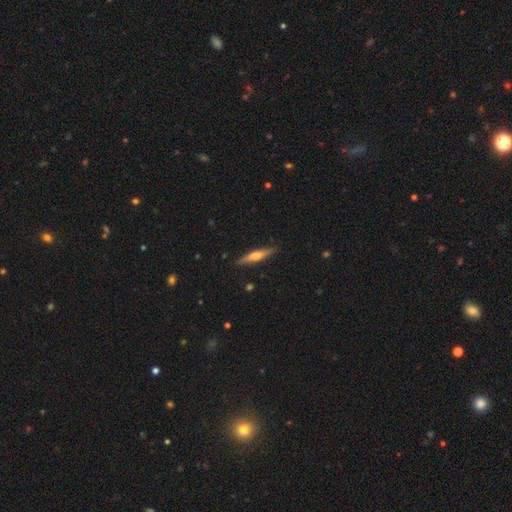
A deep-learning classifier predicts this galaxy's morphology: This is possibly a featured or disk galaxy (48%). Merging: clearly none (88%).